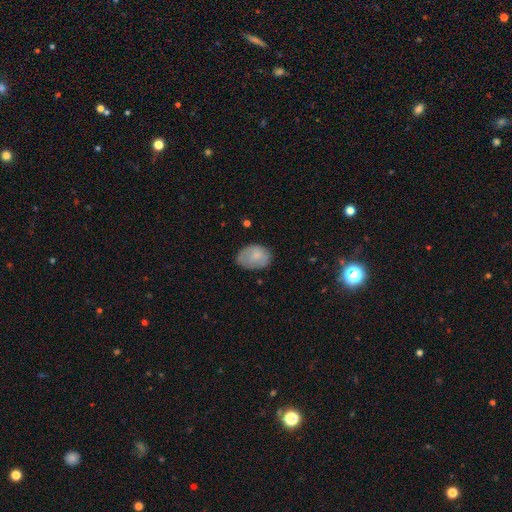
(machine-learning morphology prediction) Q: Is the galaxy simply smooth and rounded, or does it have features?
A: smooth — 74%.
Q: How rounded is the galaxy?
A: in between — 76%.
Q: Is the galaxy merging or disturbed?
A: none — 63%.